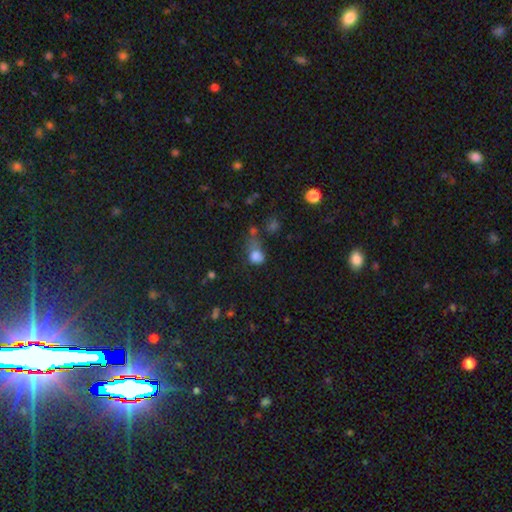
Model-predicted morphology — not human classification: This is likely a smooth galaxy (74%). How rounded: possibly round (57%). Merging: marginally major disturbance (31%).